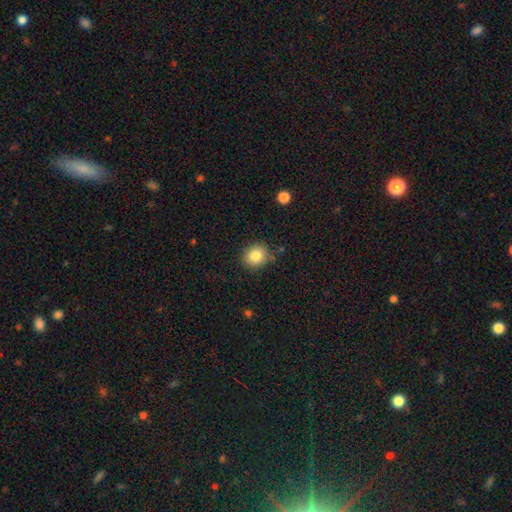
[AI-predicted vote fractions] This appears to be a smooth galaxy with no disk features (83%) that is round (81%). Merging: none (85%).